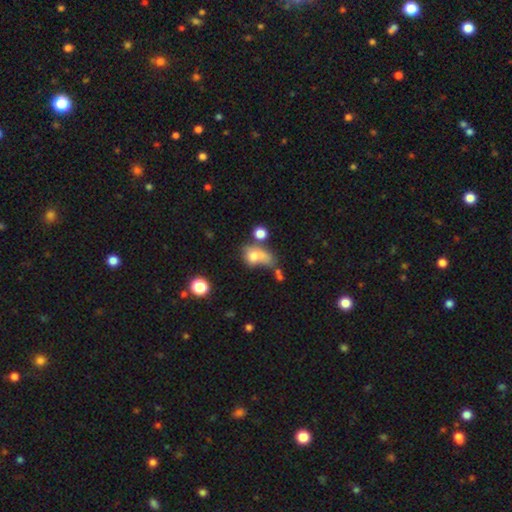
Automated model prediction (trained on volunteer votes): Overall: smooth (68%). How rounded: in between (65%; round 31%). Merging: major disturbance (31%; merger 30%).